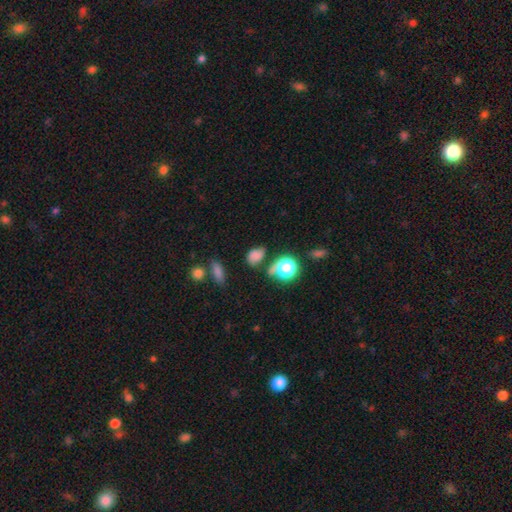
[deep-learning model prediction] Smooth or featured? Predicted: smooth (p=0.70). How rounded? Predicted: in between (p=0.62). Merging? Predicted: none (p=0.54).